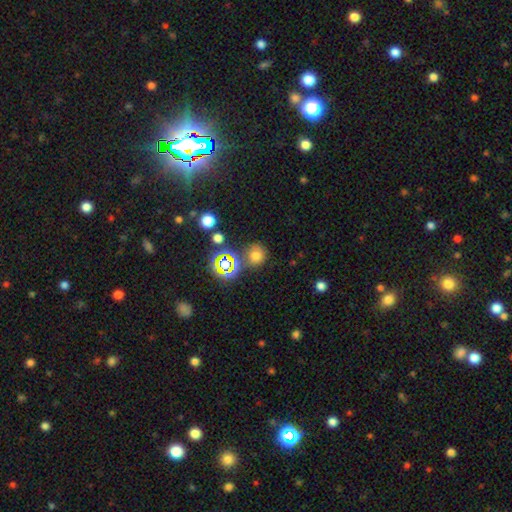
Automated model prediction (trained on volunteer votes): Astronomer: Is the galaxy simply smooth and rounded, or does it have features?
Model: smooth — 65%.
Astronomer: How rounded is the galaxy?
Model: round — 87%.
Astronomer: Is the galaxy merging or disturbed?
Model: none — 74%.